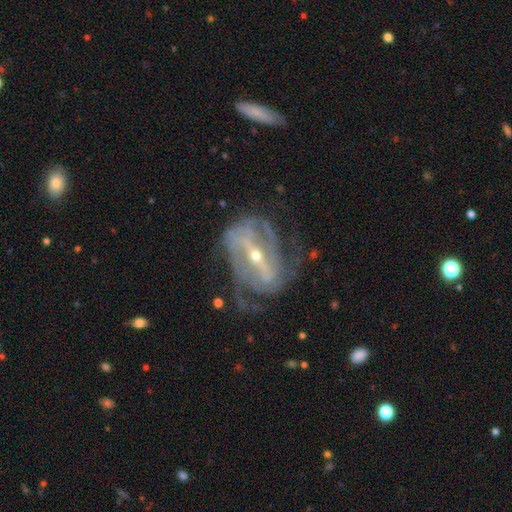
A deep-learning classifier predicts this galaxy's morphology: Smooth or featured? featured or disk (89%)
Edge-on disk? no (93%)
Bar? strong (75%)
Spiral arms? yes (92%)
Spiral winding? tight (41%, tied with medium)
Spiral arm count? 2 (46%)
Bulge size? small (59%)
Merging? none (56%)